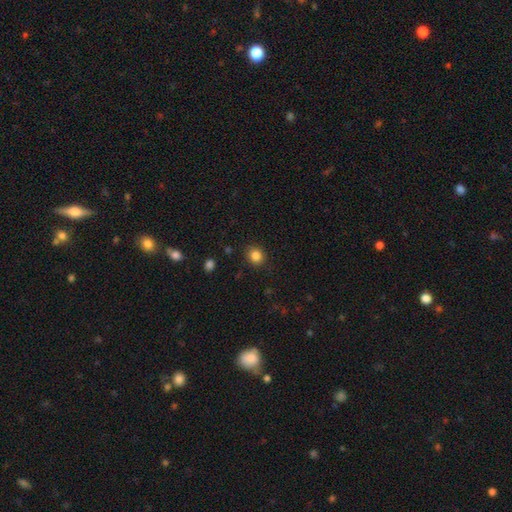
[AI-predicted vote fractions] This is clearly a smooth galaxy (85%). How rounded: likely round (78%). Merging: clearly none (88%).